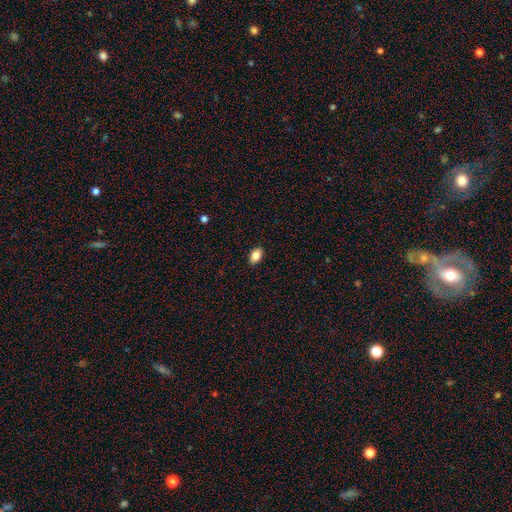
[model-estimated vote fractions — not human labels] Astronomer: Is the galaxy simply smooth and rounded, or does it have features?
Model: smooth — 85%.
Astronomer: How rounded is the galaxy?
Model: in between — 90%.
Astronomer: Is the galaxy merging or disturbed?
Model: none — 90%.